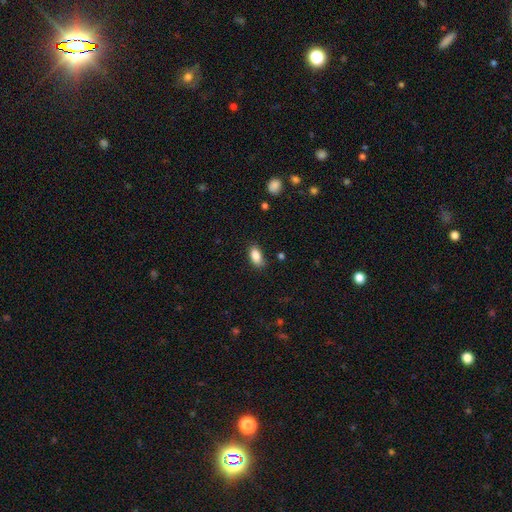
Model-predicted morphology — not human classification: This is clearly a smooth galaxy (87%). How rounded: clearly in between (90%). Merging: likely none (79%).